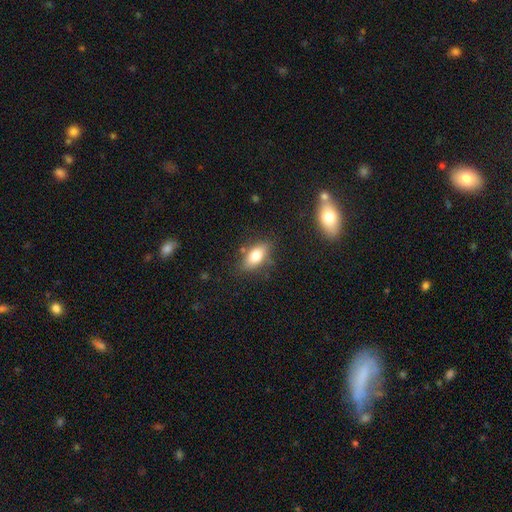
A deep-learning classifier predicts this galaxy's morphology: smooth 76%, featured or disk 15%, star or artifact 8%. Down the decision tree: how rounded — in between (85%); merging — none (77%).